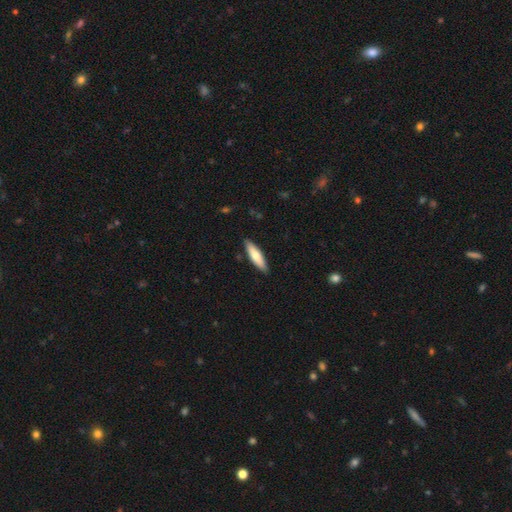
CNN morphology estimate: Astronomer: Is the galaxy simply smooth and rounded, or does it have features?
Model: smooth — 68%.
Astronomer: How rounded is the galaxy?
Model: cigar-shaped — 64%.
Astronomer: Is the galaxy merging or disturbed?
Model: none — 89%.